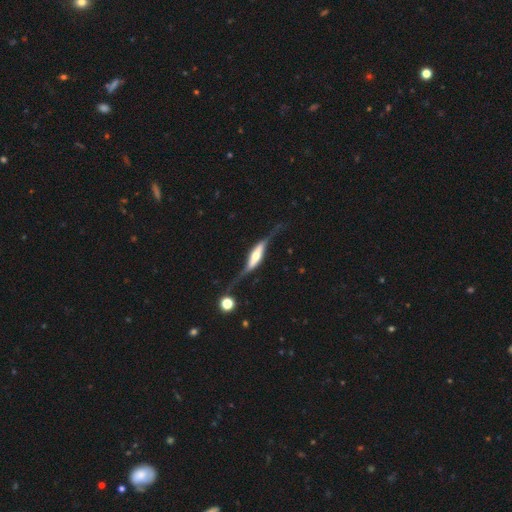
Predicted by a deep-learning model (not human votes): The model was most divided on "merging": none: 48%, major disturbance: 23%, minor disturbance: 23%, merger: 6%. More confident: smooth or featured — featured or disk (79%); edge-on bulge — rounded (74%); edge-on disk — yes (67%).